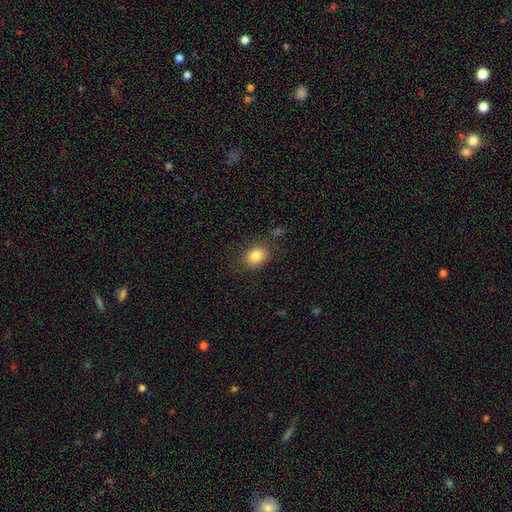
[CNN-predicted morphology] Smooth or featured: smooth — 83% (star or artifact — 10%)
How rounded: in between — 56% (round — 43%)
Merging: none — 80% (minor disturbance — 13%)